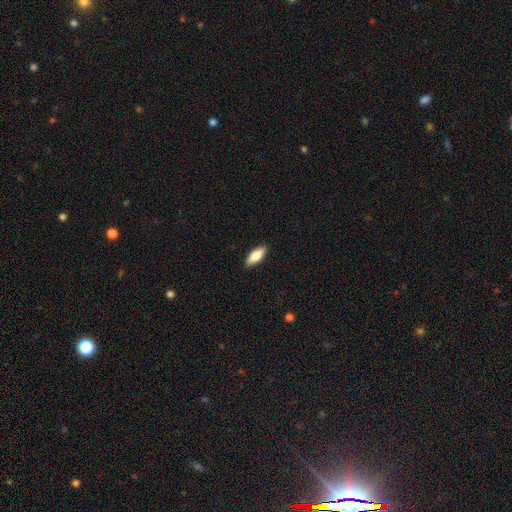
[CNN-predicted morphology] A smooth galaxy with no disk features (74%) that is in between round and cigar-shaped (75%). Merging: none (89%).